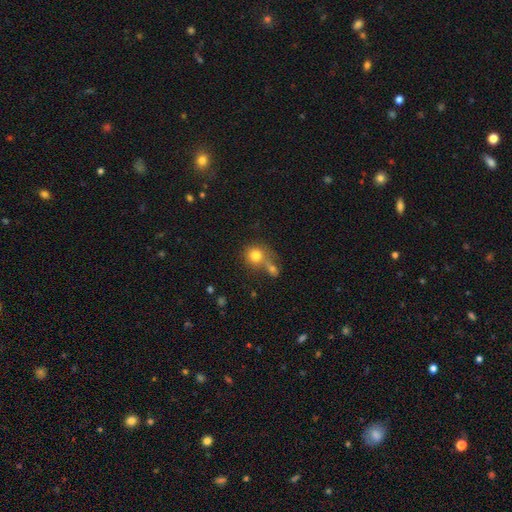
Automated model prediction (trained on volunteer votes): This appears to be a smooth galaxy with no disk features (78%) that is round (84%). Merging: none (41%, tied with merger).